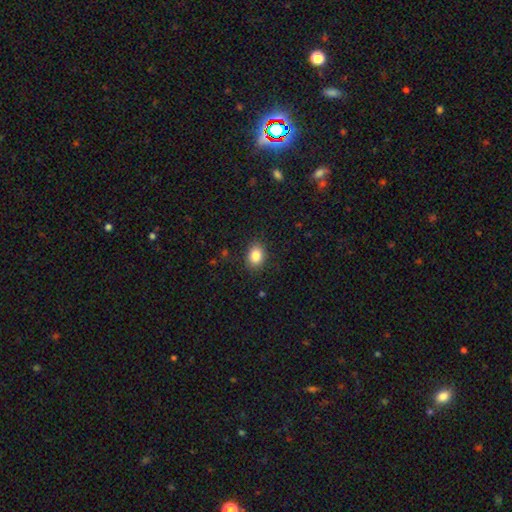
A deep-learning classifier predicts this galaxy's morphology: A smooth galaxy with no disk features (85%) that is in between round and cigar-shaped (61%). Merging: none (86%).